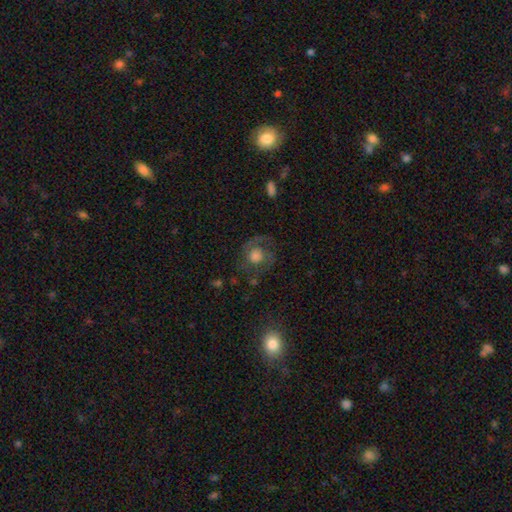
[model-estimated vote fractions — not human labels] A featured or disk galaxy (50%). Merging: none (62%).